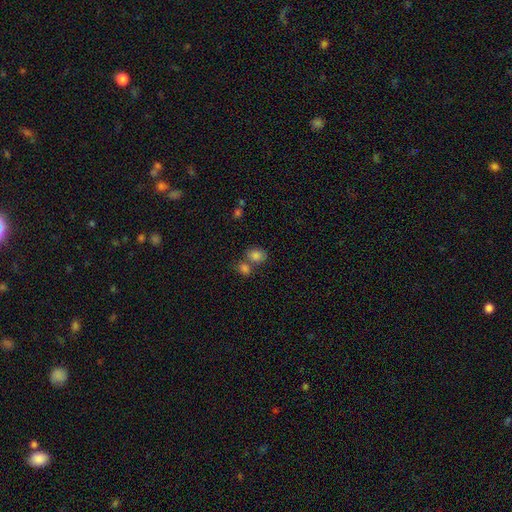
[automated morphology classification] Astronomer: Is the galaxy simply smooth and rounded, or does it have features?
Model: smooth — 82%.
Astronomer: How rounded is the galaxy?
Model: in between — 62%.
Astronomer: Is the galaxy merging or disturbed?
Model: none — 46% (runner-up: merger, 39%).